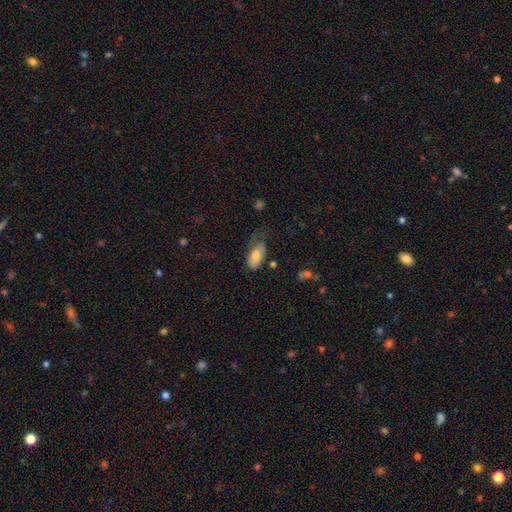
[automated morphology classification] A smooth galaxy with no disk features (74%) that is in between round and cigar-shaped (93%). Merging: minor disturbance (34%, tied with none).